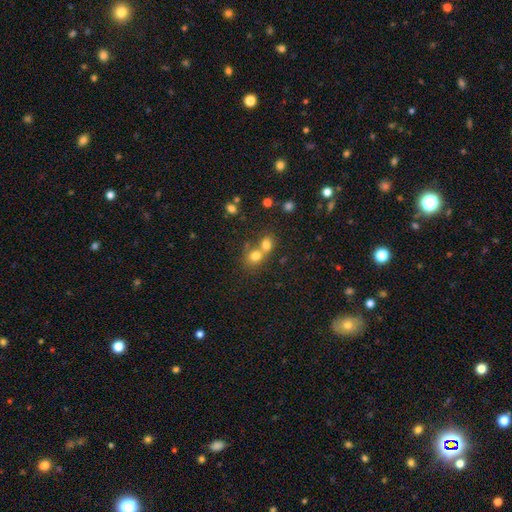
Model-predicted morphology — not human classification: A smooth galaxy with no disk features (74%) that is round (70%).

Vote fractions:
- Smooth or featured? smooth: 74% / star or artifact: 13% / featured or disk: 12%
- How rounded? round: 70% / in between: 29% / cigar-shaped: 1%
- Merging? merger: 60% / none: 31% / minor disturbance: 6% / major disturbance: 3%